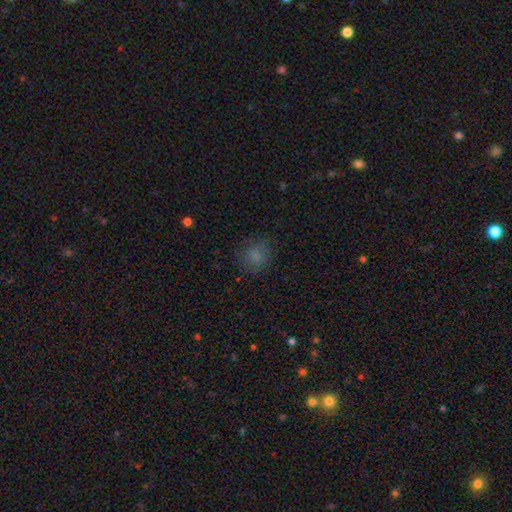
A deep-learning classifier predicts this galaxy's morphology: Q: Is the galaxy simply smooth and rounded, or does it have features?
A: smooth — 75%.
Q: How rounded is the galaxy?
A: round — 70%.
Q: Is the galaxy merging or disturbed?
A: none — 73%.